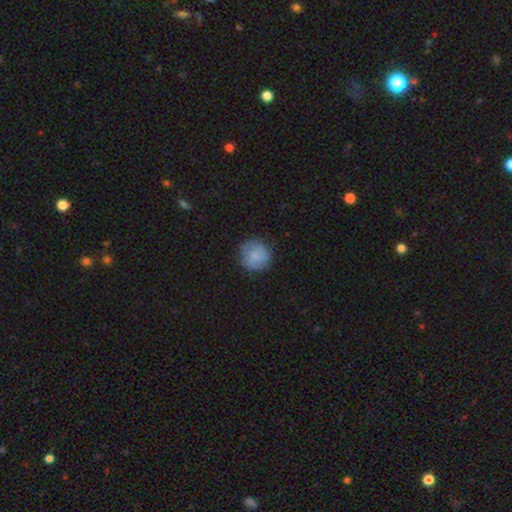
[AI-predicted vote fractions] The model was most divided on "merging": none: 78%, minor disturbance: 16%, major disturbance: 5%, merger: 1%. More confident: how rounded — round (93%); smooth or featured — smooth (77%).